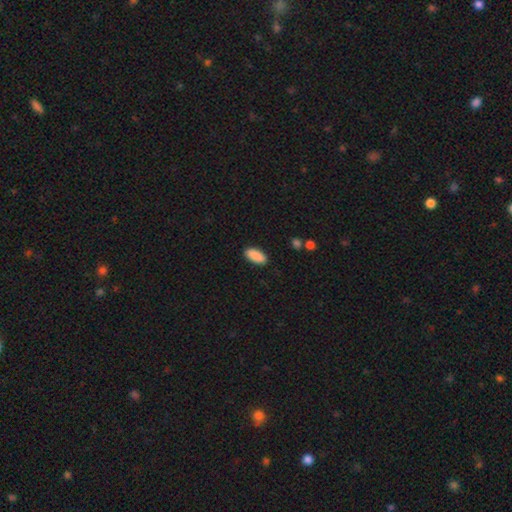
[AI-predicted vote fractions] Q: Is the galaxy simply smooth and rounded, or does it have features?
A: smooth — 90%.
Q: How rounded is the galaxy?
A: in between — 88%.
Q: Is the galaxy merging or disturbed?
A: none — 89%.